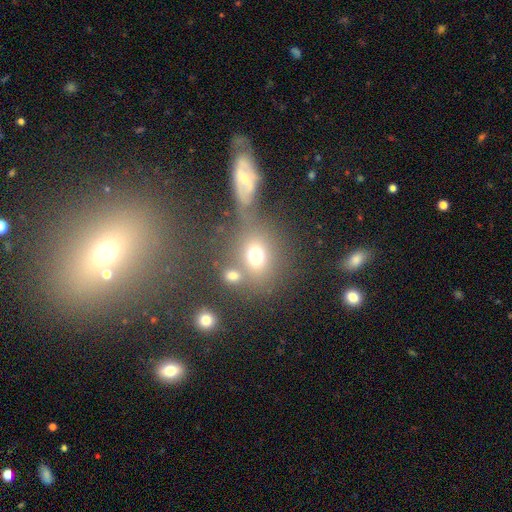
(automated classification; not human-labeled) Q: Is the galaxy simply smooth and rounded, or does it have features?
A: smooth — 69%.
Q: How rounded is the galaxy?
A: round — 61%.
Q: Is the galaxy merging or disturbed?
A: none — 48%.